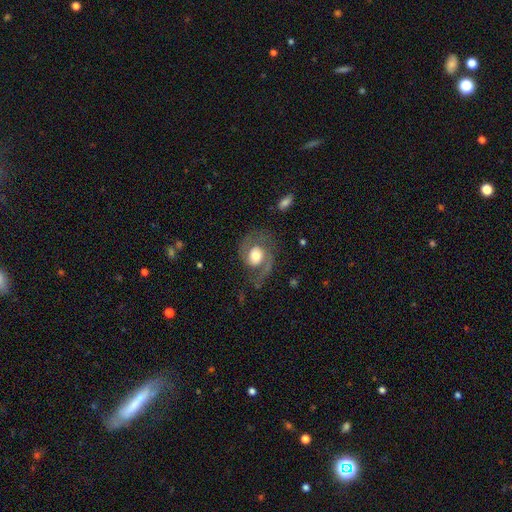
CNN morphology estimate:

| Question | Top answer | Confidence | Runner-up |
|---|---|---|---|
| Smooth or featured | featured or disk | 76% | smooth (18%) |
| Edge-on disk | no | 97% | yes (3%) |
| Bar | no | 65% | weak (28%) |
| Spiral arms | yes | 92% | no (8%) |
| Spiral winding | medium | 53% | loose (27%) |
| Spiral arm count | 2 | 83% | 1 (10%) |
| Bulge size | moderate | 53% | large (35%) |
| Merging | none | 64% | minor disturbance (17%) |